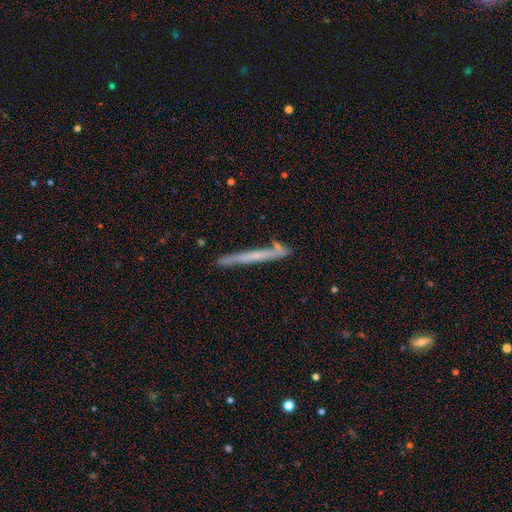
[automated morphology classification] Smooth or featured? Predicted: featured or disk (p=0.51). Edge-on disk? Predicted: yes (p=0.93). Merging? Predicted: none (p=0.78).